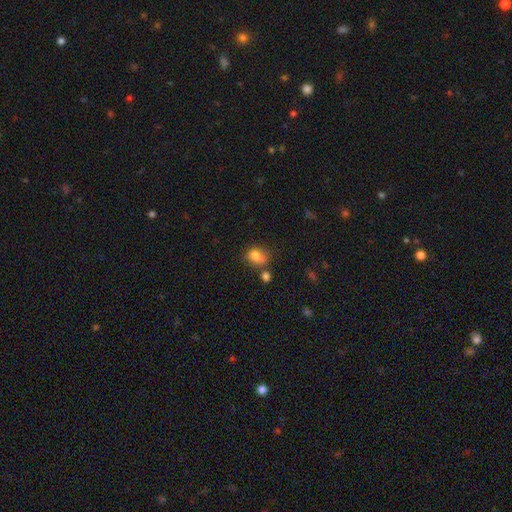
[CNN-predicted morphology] A smooth galaxy with no disk features (79%) that is in between round and cigar-shaped (54%). Merging: none (43%).